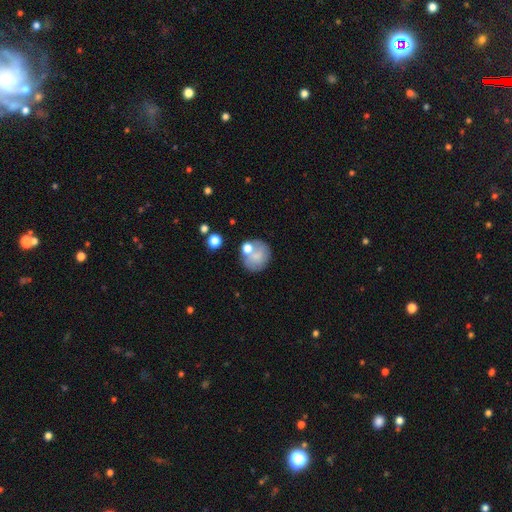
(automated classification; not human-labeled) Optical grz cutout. It shows a smooth galaxy with no disk features (69%) that is round (80%). Merging: none (56%).